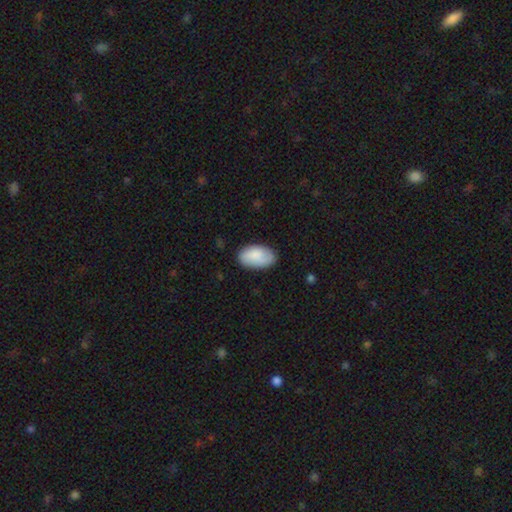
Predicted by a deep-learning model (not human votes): smooth 84%, featured or disk 10%, star or artifact 6%. Down the decision tree: how rounded — in between (95%); merging — none (81%).